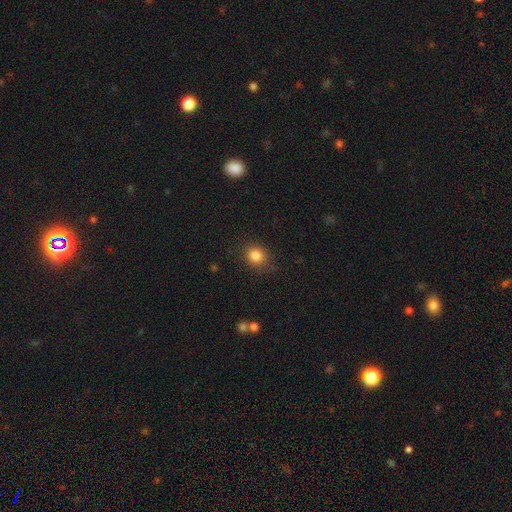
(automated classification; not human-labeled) Smooth or featured? Predicted: smooth (p=0.84). How rounded? Predicted: round (p=0.70). Merging? Predicted: none (p=0.82).